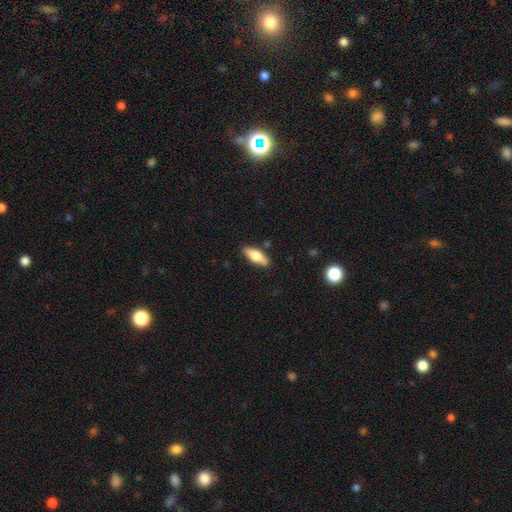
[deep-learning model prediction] smooth_or_featured: smooth (p=0.70) [alt: featured or disk p=0.24]
how_rounded: in between (p=0.72) [alt: cigar-shaped p=0.26]
merging: none (p=0.84) [alt: minor disturbance p=0.12]